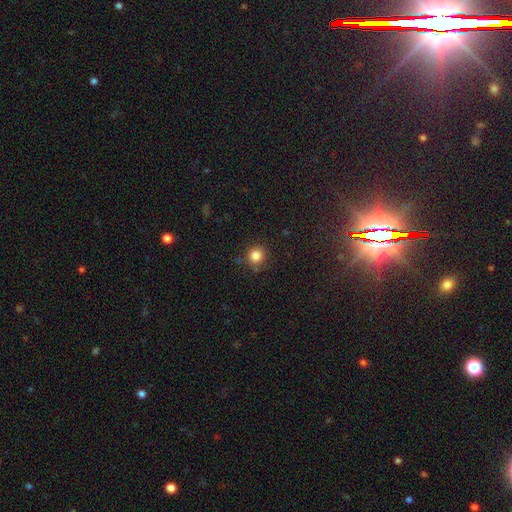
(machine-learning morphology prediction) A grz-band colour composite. It shows a smooth galaxy with no disk features (83%) that is round (89%). Merging: none (83%).